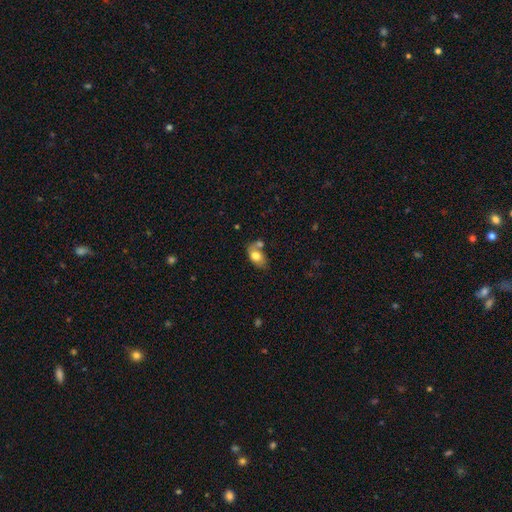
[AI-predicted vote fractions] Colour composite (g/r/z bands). It shows a smooth galaxy with no disk features (74%) that is in between round and cigar-shaped (87%). Merging: none (43%).